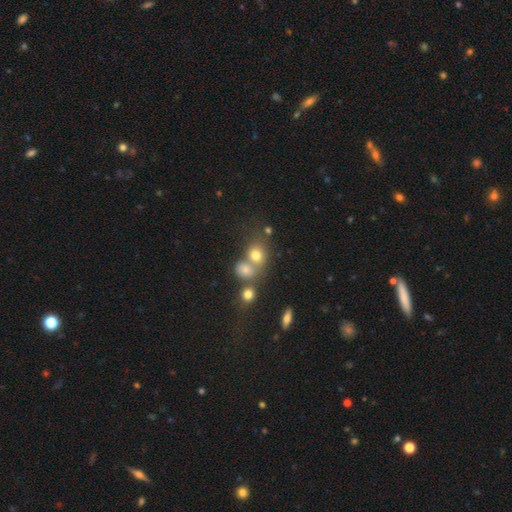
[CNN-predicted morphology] A smooth galaxy with no disk features (71%) that is round (64%). Merging: merger (43%).